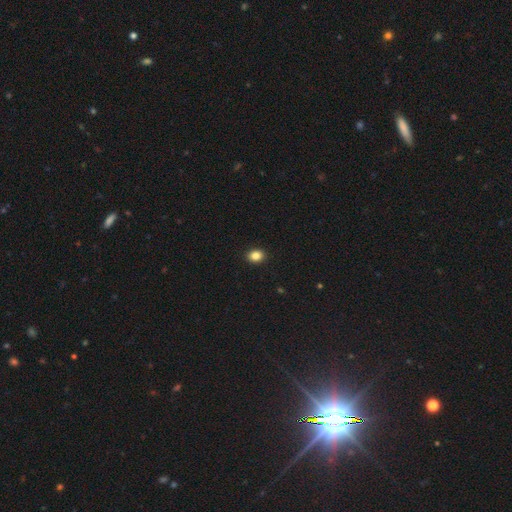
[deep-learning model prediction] Smooth or featured? smooth (86%)
How rounded? round (51%)
Merging? none (92%)